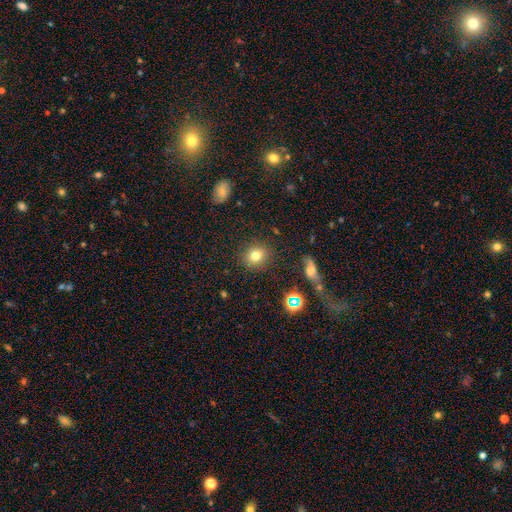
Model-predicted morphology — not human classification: smooth_or_featured: smooth (p=0.77) [alt: star or artifact p=0.14]
how_rounded: round (p=0.77) [alt: in between p=0.22]
merging: none (p=0.88) [alt: minor disturbance p=0.08]